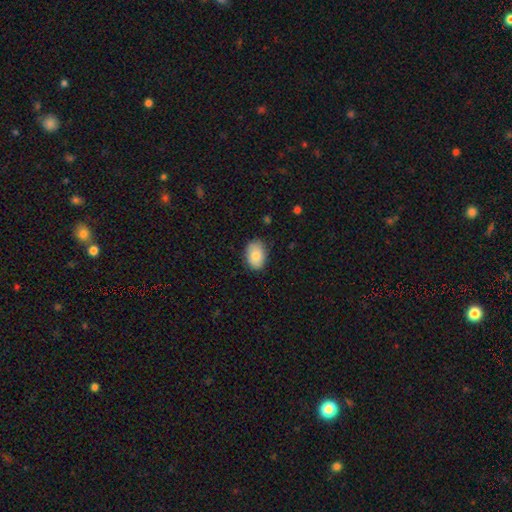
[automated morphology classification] A smooth galaxy with no disk features (85%) that is in between round and cigar-shaped (82%).

Vote fractions:
- Smooth or featured? smooth: 85% / featured or disk: 8% / star or artifact: 7%
- How rounded? in between: 82% / round: 17% / cigar-shaped: 1%
- Merging? none: 82% / minor disturbance: 14% / major disturbance: 3% / merger: 1%